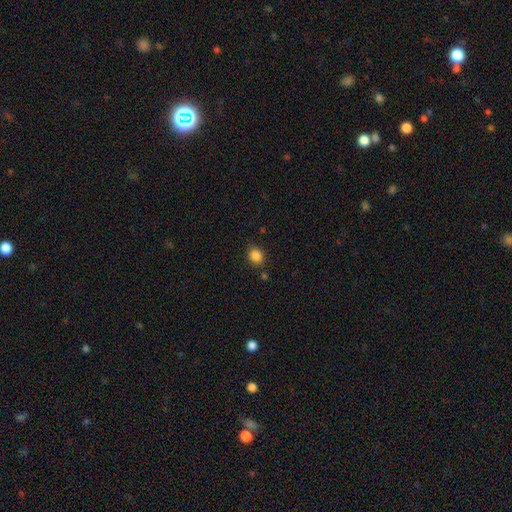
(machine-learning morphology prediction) Smooth or featured? Predicted: smooth (p=0.86). How rounded? Predicted: round (p=0.56). Merging? Predicted: none (p=0.82).